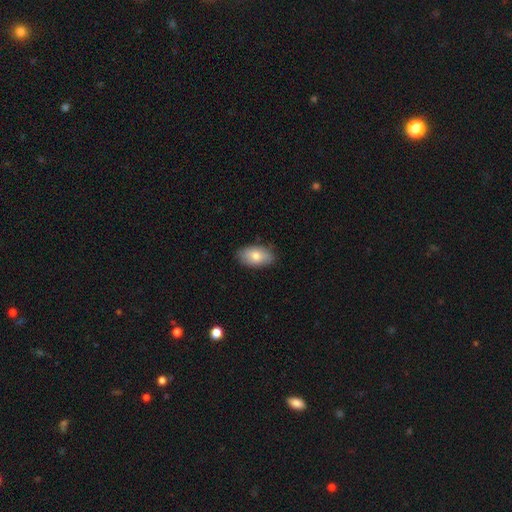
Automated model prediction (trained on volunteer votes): smooth_or_featured: smooth (p=0.80) [alt: featured or disk p=0.14]
how_rounded: in between (p=0.92) [alt: round p=0.06]
merging: none (p=0.84) [alt: minor disturbance p=0.12]